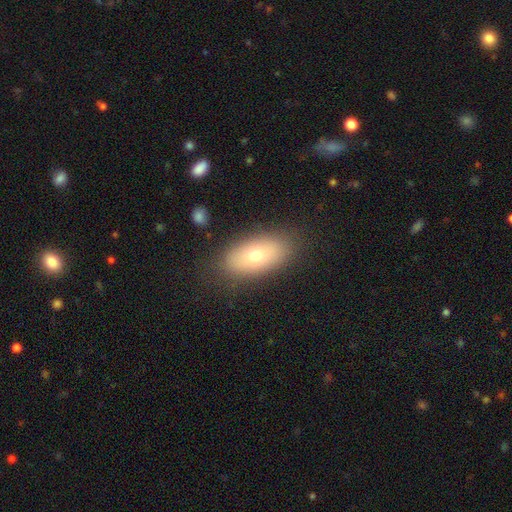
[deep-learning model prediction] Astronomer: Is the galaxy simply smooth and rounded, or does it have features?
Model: smooth — 68%.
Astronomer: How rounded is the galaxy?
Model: in between — 90%.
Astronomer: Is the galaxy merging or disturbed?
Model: none — 84%.